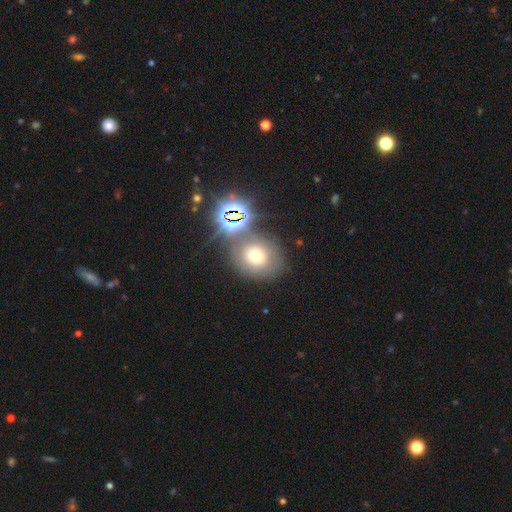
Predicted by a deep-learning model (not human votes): A smooth galaxy with no disk features (54%) that is round (72%). Merging: none (66%).